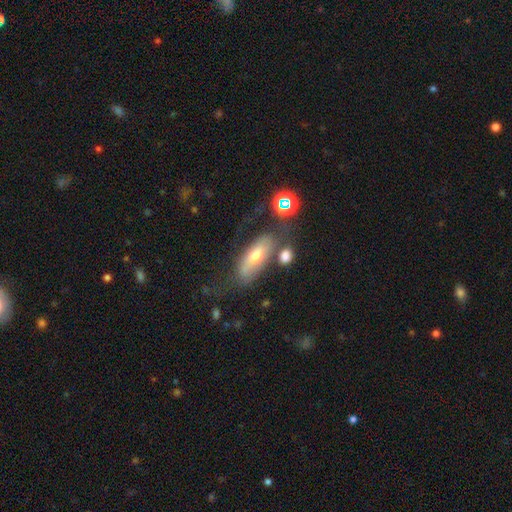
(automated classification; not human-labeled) The model was most divided on "smooth or featured": smooth: 53%, featured or disk: 36%, star or artifact: 11%. More confident: how rounded — in between (74%); merging — none (52%).